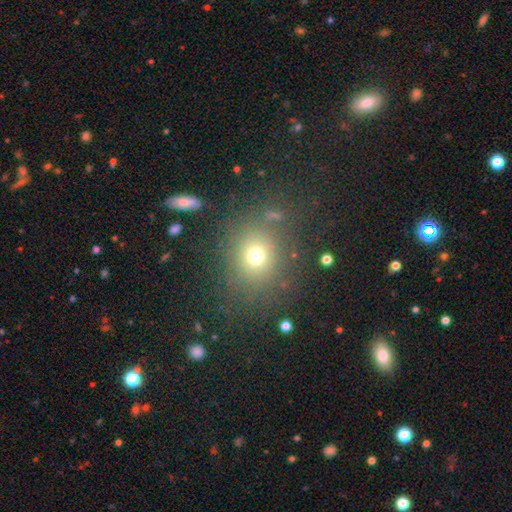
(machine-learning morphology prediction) smooth 70%, star or artifact 19%, featured or disk 11%. Down the decision tree: how rounded — round (73%); merging — none (79%).